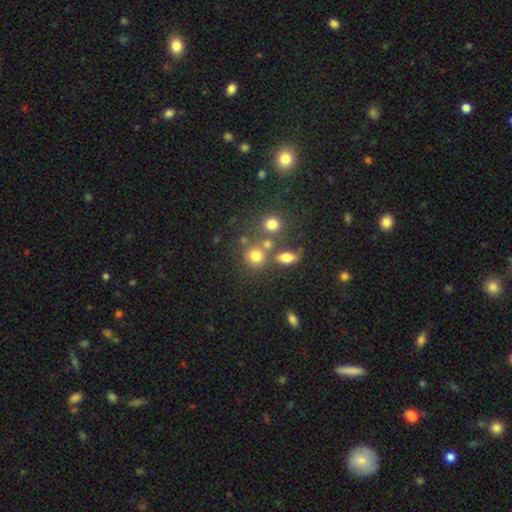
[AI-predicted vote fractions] Smooth or featured?
  - smooth: 74% *
  - star or artifact: 15%
  - featured or disk: 11%
How rounded?
  - round: 78% *
  - in between: 20%
  - cigar-shaped: 1%
Merging?
  - none: 53% *
  - merger: 28%
  - minor disturbance: 11%
  - major disturbance: 7%